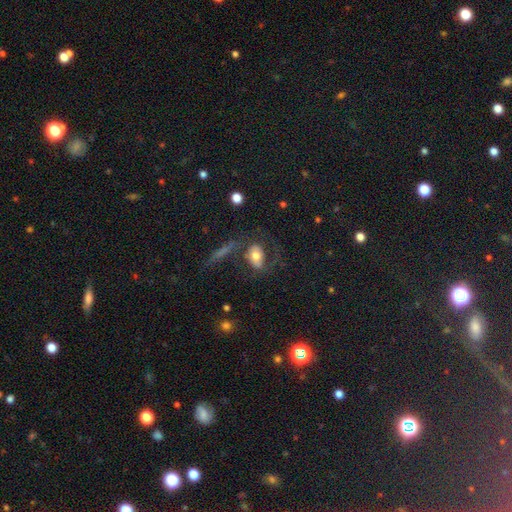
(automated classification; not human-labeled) This is possibly a smooth galaxy (57%). How rounded: clearly in between (82%). Merging: possibly none (52%).